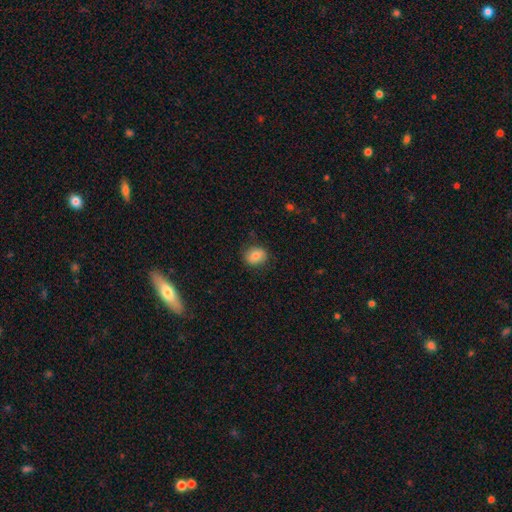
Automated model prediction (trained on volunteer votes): This is clearly a smooth galaxy (81%). How rounded: likely round (62%). Merging: clearly none (84%).